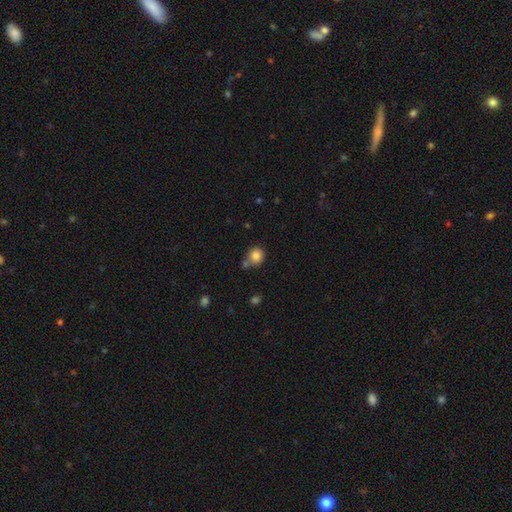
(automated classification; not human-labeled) smooth 84%, star or artifact 10%, featured or disk 6%. Down the decision tree: how rounded — round (88%); merging — none (63%).